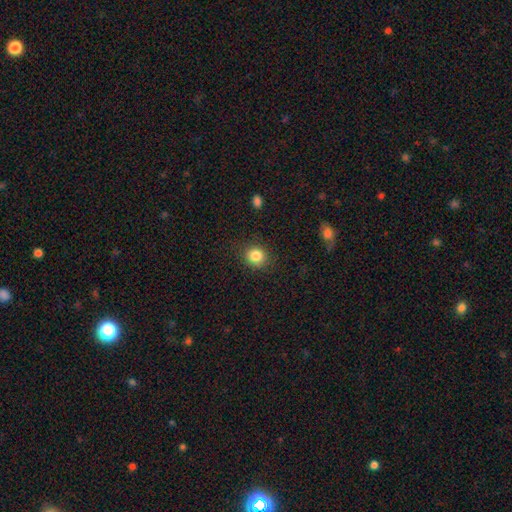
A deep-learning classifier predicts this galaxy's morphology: The model was most divided on "how rounded": round: 79%, in between: 20%, cigar-shaped: 1%. More confident: merging — none (87%); smooth or featured — smooth (85%).